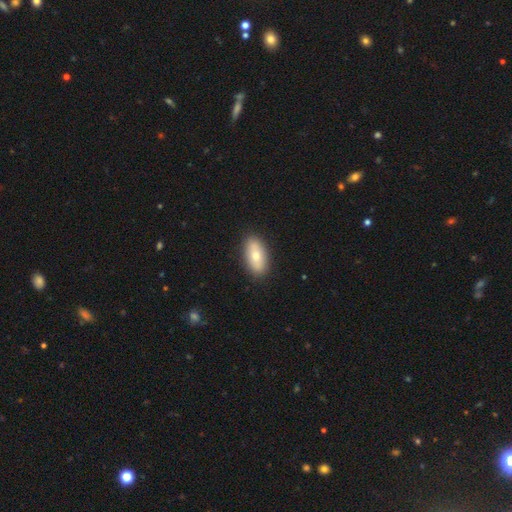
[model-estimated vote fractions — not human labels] Smooth or featured? smooth (71%)
How rounded? in between (88%)
Merging? none (89%)